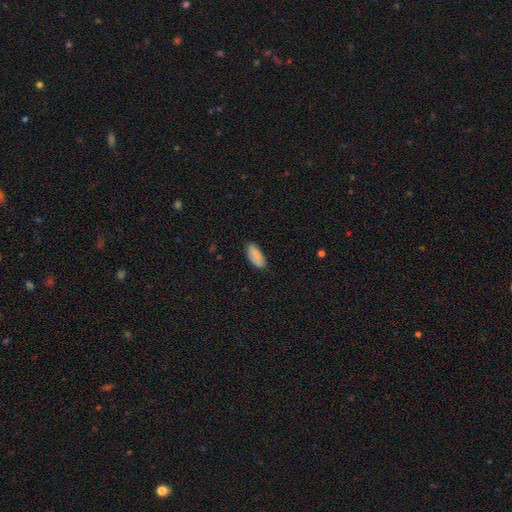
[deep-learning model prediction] Smooth or featured?
  - smooth: 87% *
  - featured or disk: 7%
  - star or artifact: 6%
How rounded?
  - in between: 89% *
  - cigar-shaped: 10%
  - round: 2%
Merging?
  - none: 79% *
  - minor disturbance: 17%
  - major disturbance: 3%
  - merger: 1%